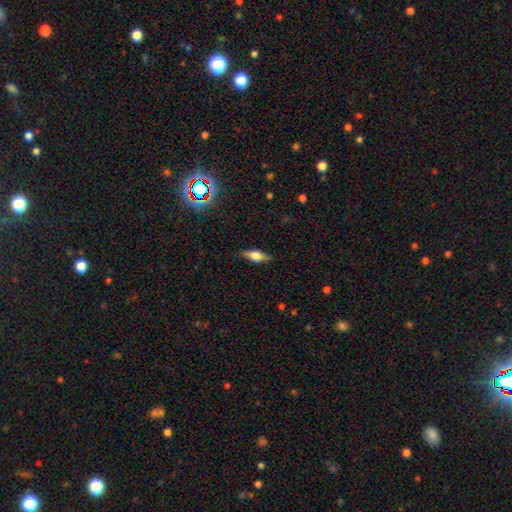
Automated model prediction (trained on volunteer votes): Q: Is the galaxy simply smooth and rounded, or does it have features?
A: smooth — 52%.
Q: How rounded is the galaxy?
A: in between — 64%.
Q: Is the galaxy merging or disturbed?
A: none — 84%.